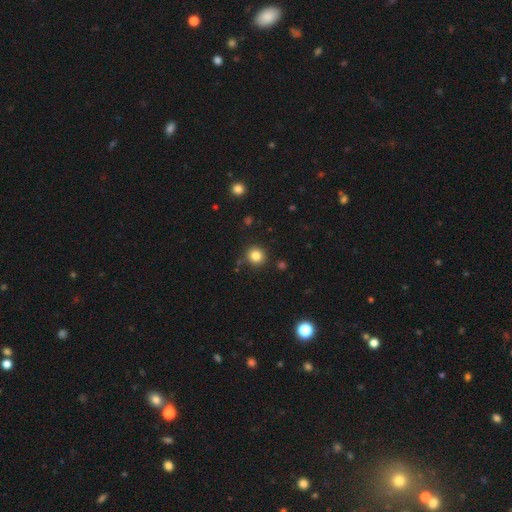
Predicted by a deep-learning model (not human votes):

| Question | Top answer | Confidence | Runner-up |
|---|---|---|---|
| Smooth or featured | smooth | 83% | star or artifact (12%) |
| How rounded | round | 93% | in between (6%) |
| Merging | none | 87% | minor disturbance (7%) |